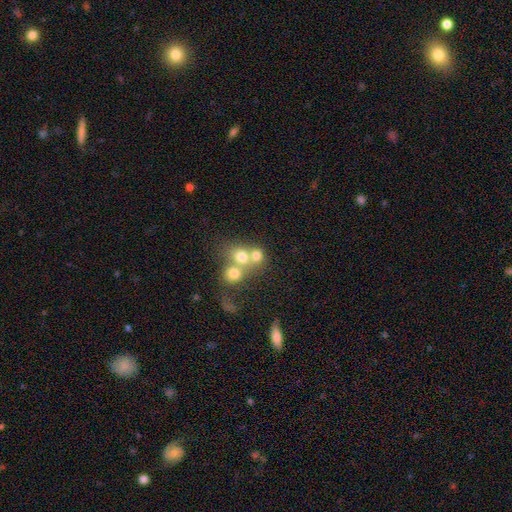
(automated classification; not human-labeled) A smooth galaxy with no disk features (68%) that is round (74%). Merging: merger (58%).